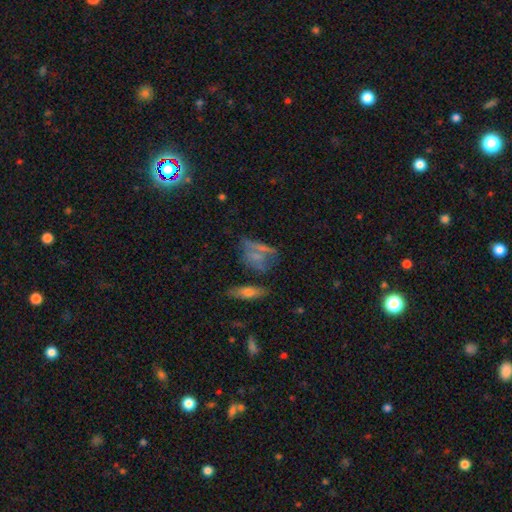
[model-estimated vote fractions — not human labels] The model was most divided on "smooth or featured": smooth: 50%, featured or disk: 30%, star or artifact: 20%. More confident: how rounded — in between (57%); merging — none (52%).